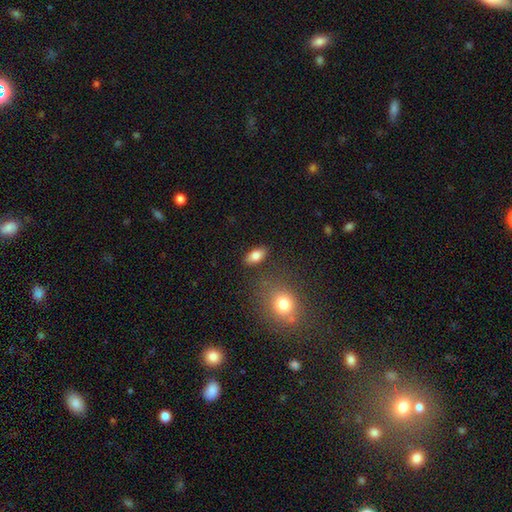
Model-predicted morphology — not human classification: smooth_or_featured: smooth (p=0.81) [alt: featured or disk p=0.11]
how_rounded: in between (p=0.88) [alt: cigar-shaped p=0.06]
merging: none (p=0.83) [alt: minor disturbance p=0.10]